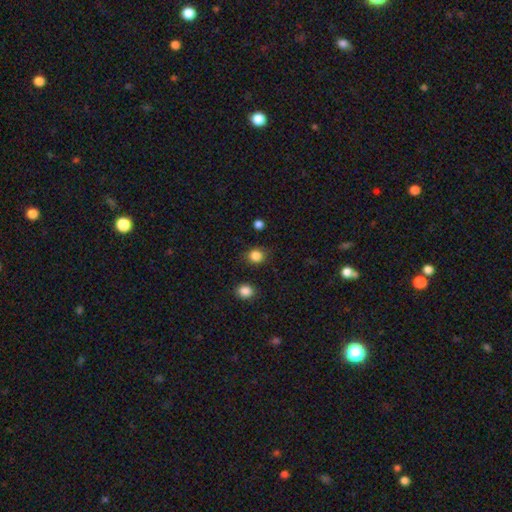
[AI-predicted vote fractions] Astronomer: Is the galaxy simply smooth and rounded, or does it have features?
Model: smooth — 85%.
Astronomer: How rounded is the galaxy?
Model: round — 77%.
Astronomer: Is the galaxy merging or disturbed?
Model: none — 83%.